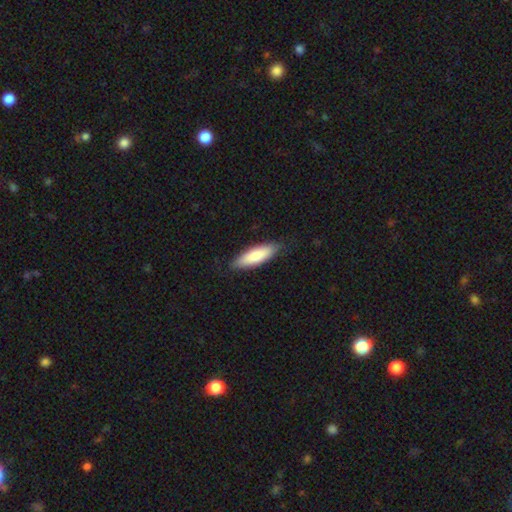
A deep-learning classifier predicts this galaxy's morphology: smooth-or-featured: smooth: 81% | featured or disk: 14% | star or artifact: 5%
  how-rounded: in between: 50% | cigar-shaped: 49% | round: 2%
  merging: none: 84% | minor disturbance: 13% | major disturbance: 2% | merger: 1%